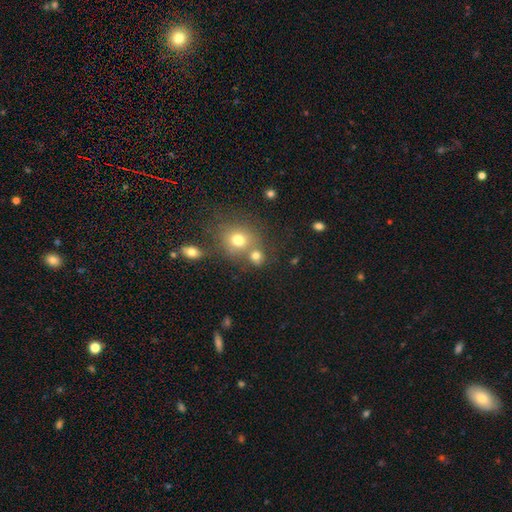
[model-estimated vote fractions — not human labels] Smooth or featured: smooth — 74% (star or artifact — 16%)
How rounded: round — 78% (in between — 21%)
Merging: none — 55% (merger — 31%)